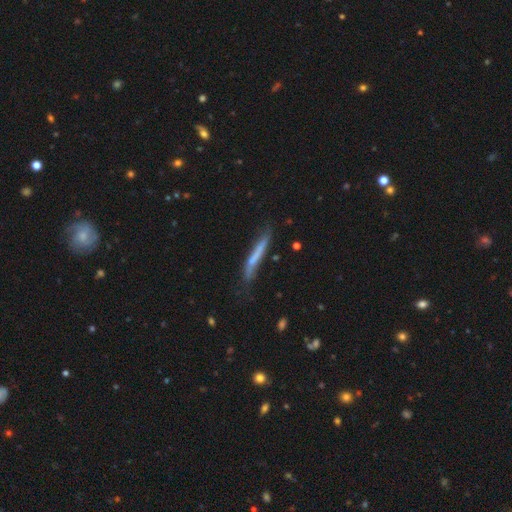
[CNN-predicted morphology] Q: Smooth or featured?
A: smooth (53%); runner-up: featured or disk (40%)
Q: How rounded?
A: cigar-shaped (95%); runner-up: in between (4%)
Q: Merging?
A: none (63%); runner-up: minor disturbance (26%)